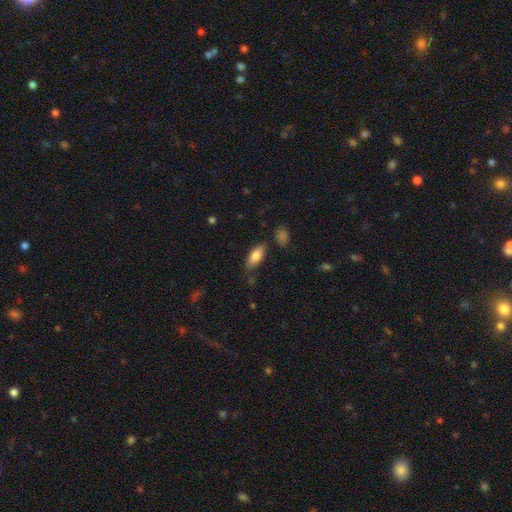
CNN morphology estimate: Q: Smooth or featured?
A: smooth (80%); runner-up: featured or disk (13%)
Q: How rounded?
A: in between (80%); runner-up: cigar-shaped (17%)
Q: Merging?
A: none (78%); runner-up: minor disturbance (15%)